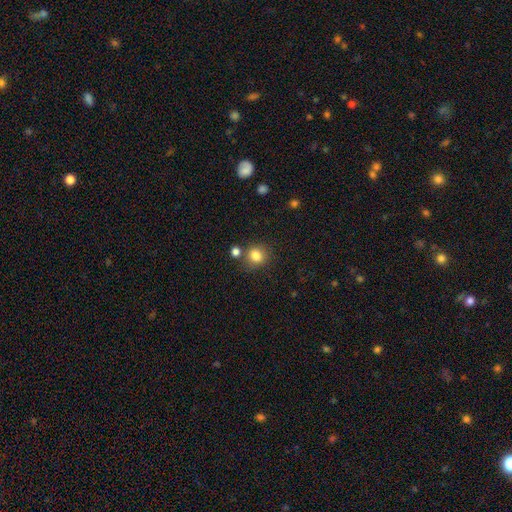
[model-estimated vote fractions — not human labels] Smooth or featured? Predicted: smooth (p=0.82). How rounded? Predicted: round (p=0.80). Merging? Predicted: none (p=0.73).